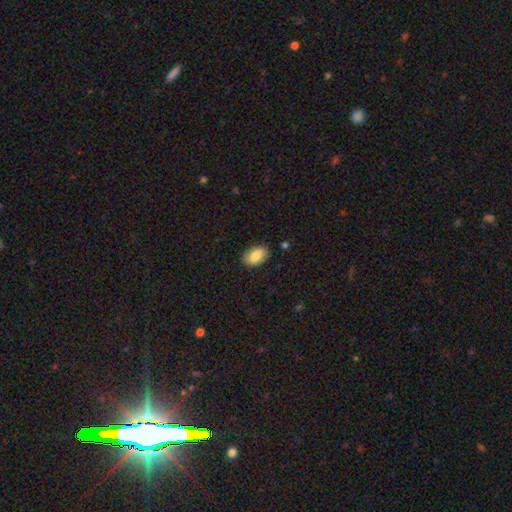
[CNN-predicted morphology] Smooth or featured?
  - smooth: 85% *
  - featured or disk: 8%
  - star or artifact: 7%
How rounded?
  - in between: 92% *
  - round: 7%
  - cigar-shaped: 1%
Merging?
  - none: 86% *
  - minor disturbance: 10%
  - major disturbance: 2%
  - merger: 1%